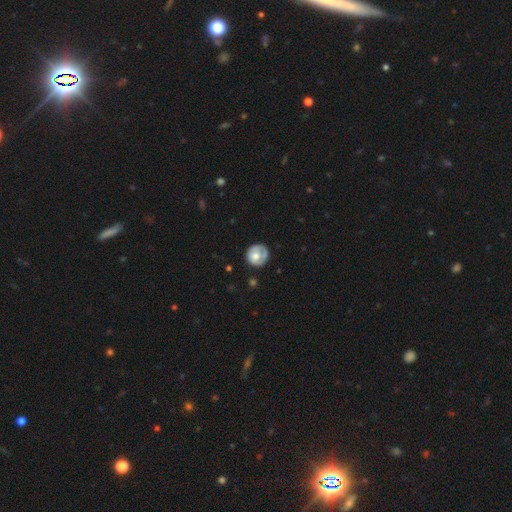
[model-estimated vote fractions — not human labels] The model was most divided on "smooth or featured": smooth: 60%, featured or disk: 34%, star or artifact: 7%. More confident: how rounded — round (87%); merging — none (62%).